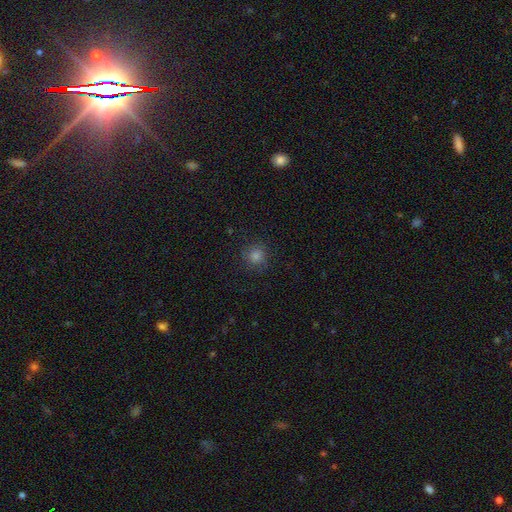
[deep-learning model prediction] smooth_or_featured: smooth (p=0.76) [alt: star or artifact p=0.18]
how_rounded: round (p=0.93) [alt: in between p=0.06]
merging: none (p=0.87) [alt: minor disturbance p=0.09]